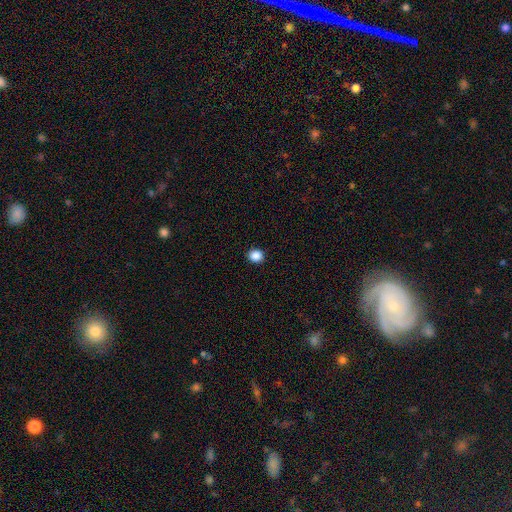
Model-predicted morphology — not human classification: Smooth or featured? smooth (88%)
How rounded? round (77%)
Merging? none (91%)